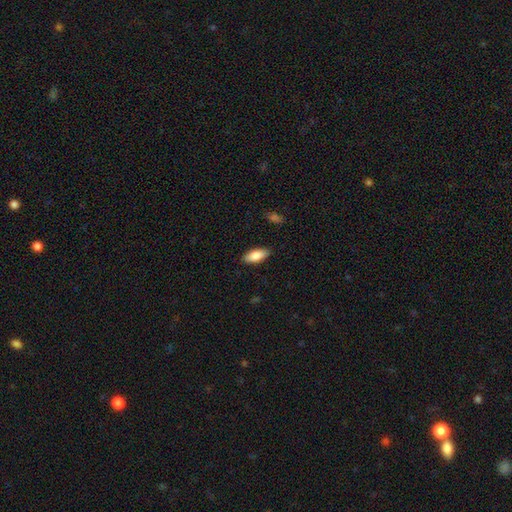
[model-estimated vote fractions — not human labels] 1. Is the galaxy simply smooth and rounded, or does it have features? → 85% smooth, 9% featured or disk, 6% star or artifact.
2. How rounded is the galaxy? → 81% in between, 17% cigar-shaped, 2% round.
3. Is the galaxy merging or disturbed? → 87% none, 10% minor disturbance, 2% major disturbance, 1% merger.